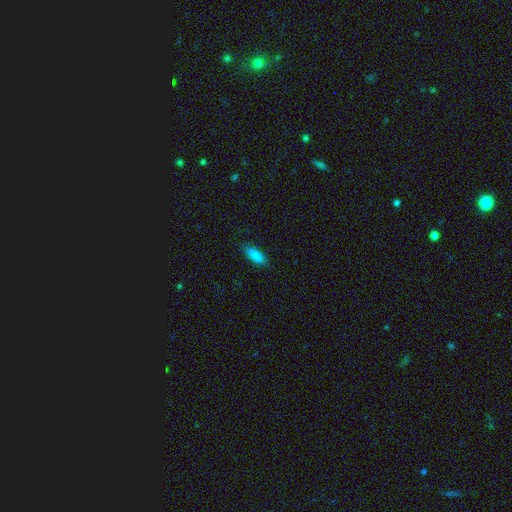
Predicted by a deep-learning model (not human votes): This is clearly a smooth galaxy (87%). How rounded: likely in between (65%). Merging: clearly none (83%).